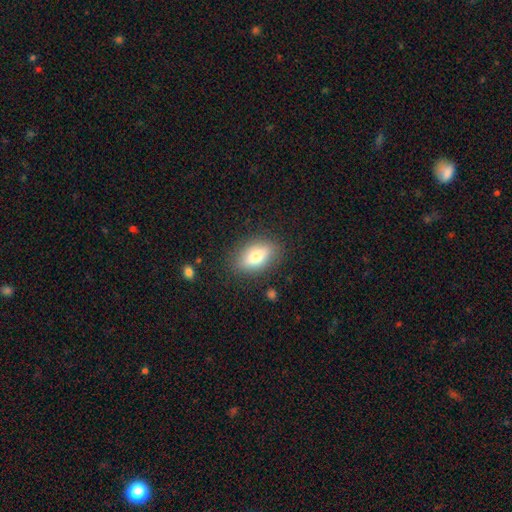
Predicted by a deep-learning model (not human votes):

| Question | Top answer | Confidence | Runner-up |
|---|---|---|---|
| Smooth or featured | smooth | 70% | featured or disk (22%) |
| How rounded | in between | 81% | round (11%) |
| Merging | none | 83% | minor disturbance (12%) |